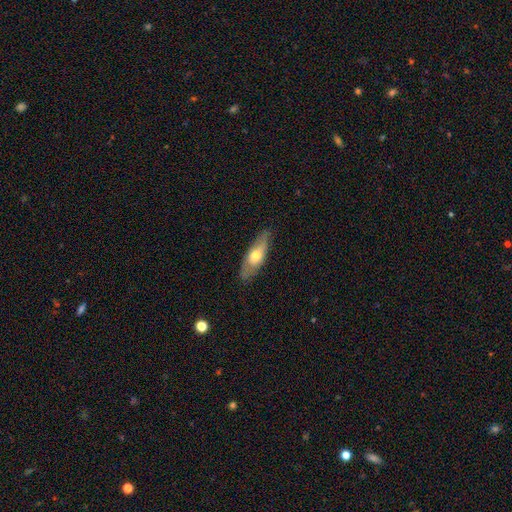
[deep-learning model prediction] Smooth or featured? smooth (56%)
How rounded? in between (58%)
Merging? none (81%)